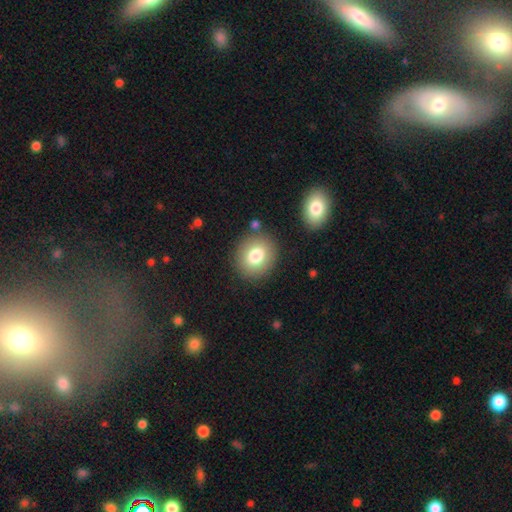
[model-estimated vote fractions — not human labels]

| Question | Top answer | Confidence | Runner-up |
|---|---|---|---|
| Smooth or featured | smooth | 79% | featured or disk (12%) |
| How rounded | round | 69% | in between (30%) |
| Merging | none | 85% | minor disturbance (9%) |